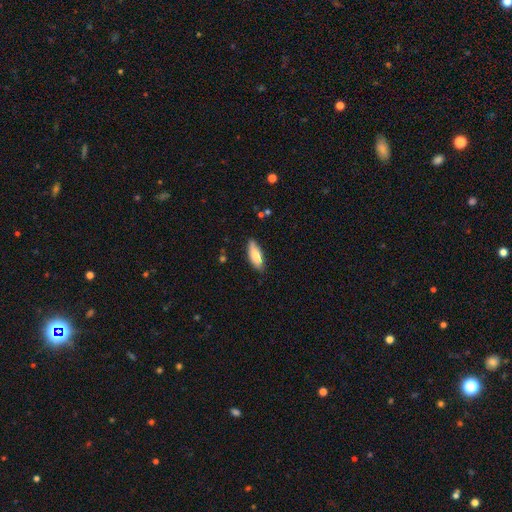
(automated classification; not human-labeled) The model was most divided on "how rounded": in between: 70%, cigar-shaped: 28%, round: 2%. More confident: merging — none (82%); smooth or featured — smooth (80%).